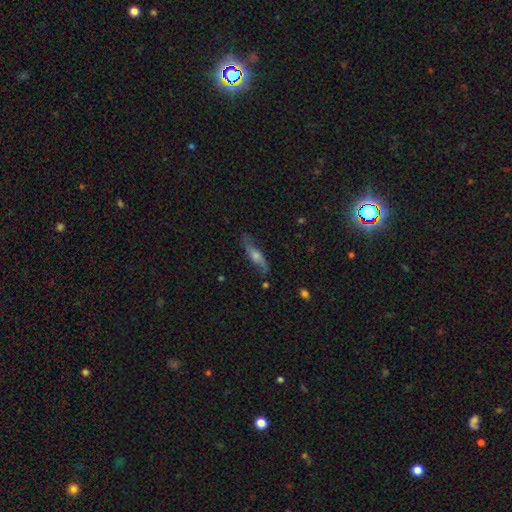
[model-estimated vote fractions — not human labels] featured or disk 63%, smooth 28%, star or artifact 8%. Down the decision tree: edge-on disk — yes (55%); merging — none (75%).